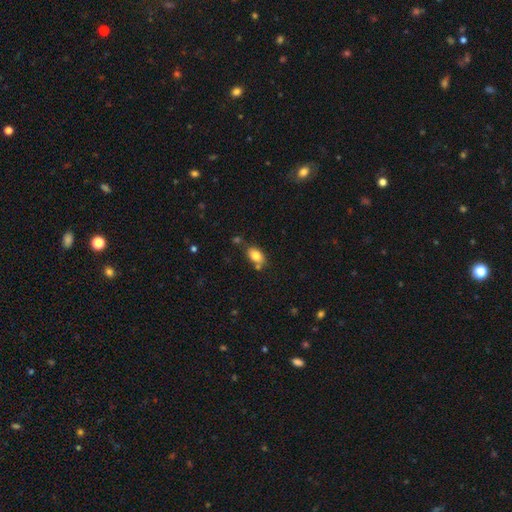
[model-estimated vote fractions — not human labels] A smooth galaxy with no disk features (82%) that is in between round and cigar-shaped (87%).

Vote fractions:
- Smooth or featured? smooth: 82% / featured or disk: 10% / star or artifact: 9%
- How rounded? in between: 87% / round: 11% / cigar-shaped: 2%
- Merging? none: 66% / minor disturbance: 17% / merger: 14% / major disturbance: 4%